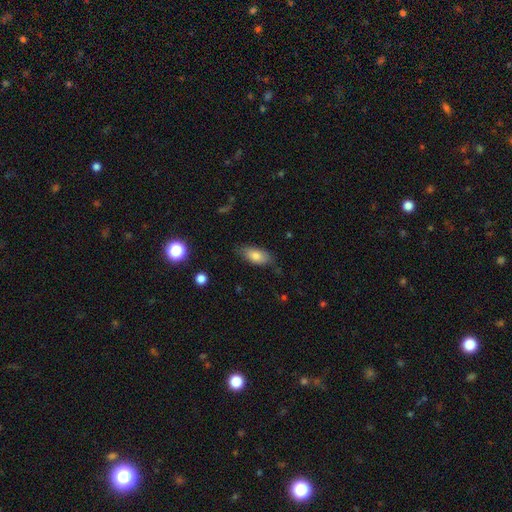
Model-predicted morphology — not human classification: smooth-or-featured: smooth: 80% | featured or disk: 13% | star or artifact: 7%
  how-rounded: in between: 87% | cigar-shaped: 10% | round: 3%
  merging: none: 75% | minor disturbance: 19% | major disturbance: 4% | merger: 2%